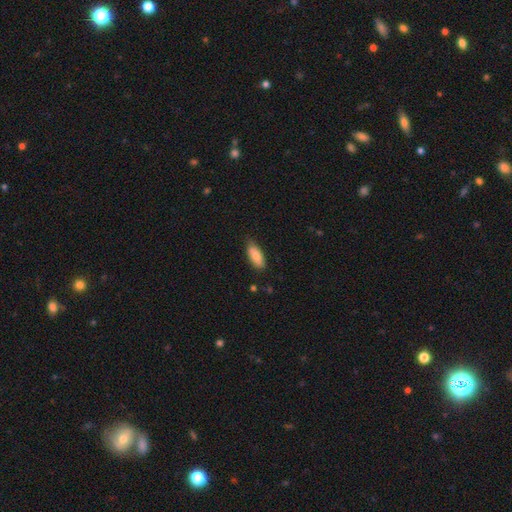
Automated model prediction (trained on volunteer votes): The model was most divided on "merging": none: 71%, minor disturbance: 23%, major disturbance: 4%, merger: 2%. More confident: smooth or featured — smooth (83%); how rounded — in between (74%).